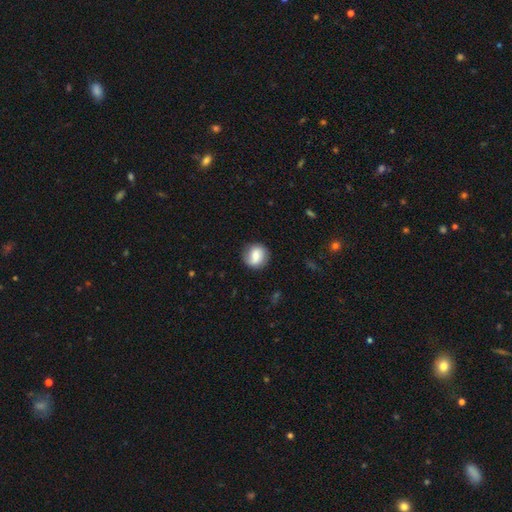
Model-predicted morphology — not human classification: smooth-or-featured: smooth: 64% | featured or disk: 29% | star or artifact: 8%
  how-rounded: round: 87% | in between: 12% | cigar-shaped: 1%
  merging: none: 83% | minor disturbance: 13% | major disturbance: 4% | merger: 1%